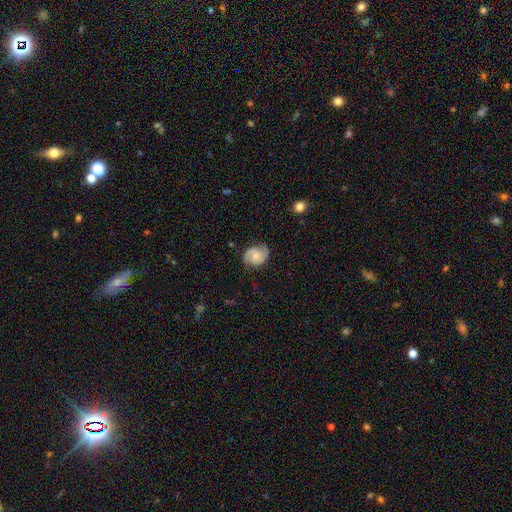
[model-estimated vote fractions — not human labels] The model was most divided on "spiral winding": medium: 46%, tight: 37%, loose: 17%. Remaining: edge-on disk — no (98%); spiral arms — yes (95%); spiral arm count — 2 (88%); merging — none (74%); smooth or featured — featured or disk (71%); bar — no (68%); bulge size — small (49%).